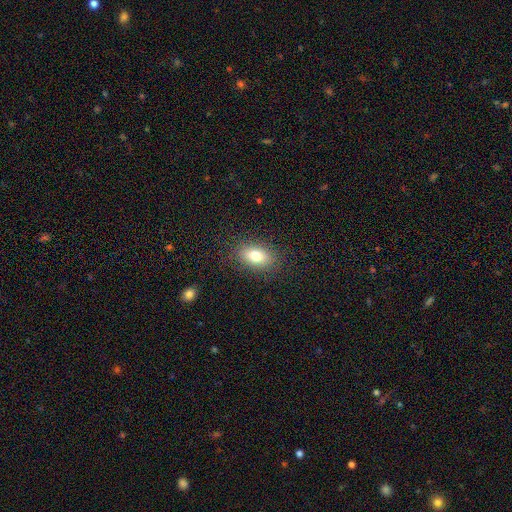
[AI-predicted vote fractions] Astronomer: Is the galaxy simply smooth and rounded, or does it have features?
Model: smooth — 77%.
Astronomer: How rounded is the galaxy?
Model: in between — 84%.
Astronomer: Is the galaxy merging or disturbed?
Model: none — 85%.